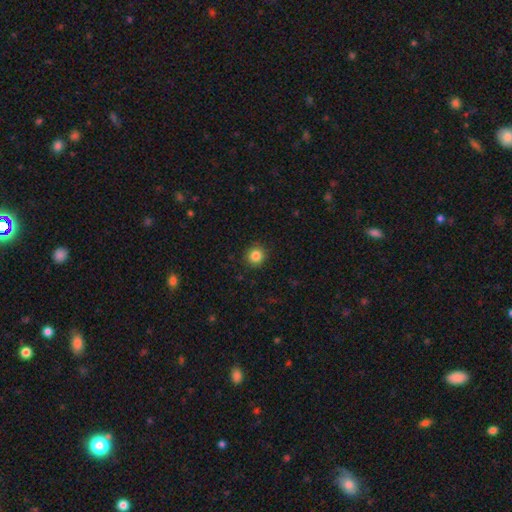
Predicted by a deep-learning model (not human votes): Smooth or featured? smooth (84%)
How rounded? round (91%)
Merging? none (91%)